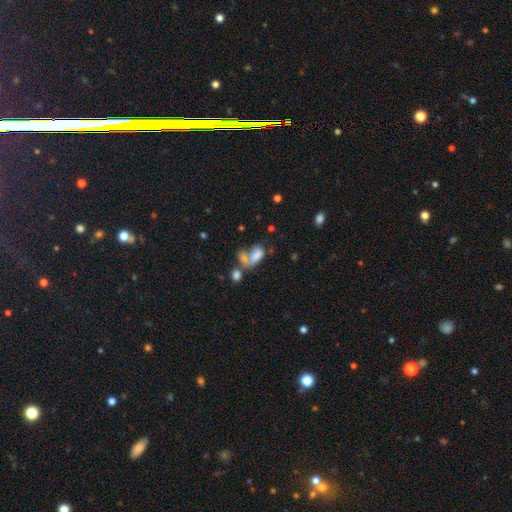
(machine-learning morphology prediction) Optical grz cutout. It shows a smooth galaxy with no disk features (69%) that is in between round and cigar-shaped (88%). Merging: merger (53%).